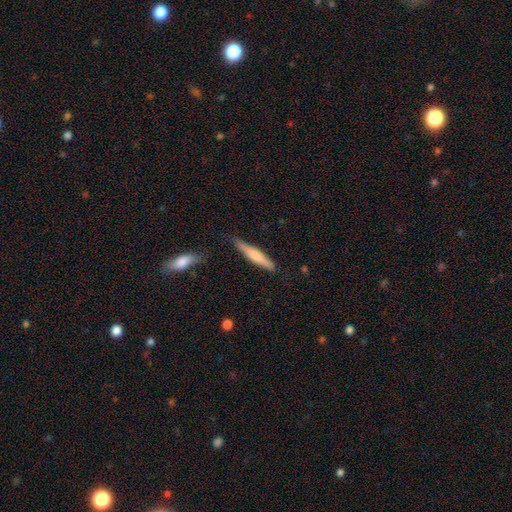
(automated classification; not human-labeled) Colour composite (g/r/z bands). It shows a smooth galaxy with no disk features (62%) that is cigar-shaped (90%). Merging: none (79%).